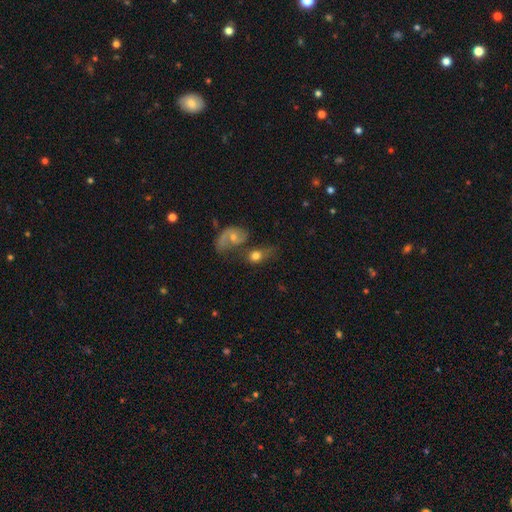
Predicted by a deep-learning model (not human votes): smooth_or_featured: smooth (p=0.60) [alt: featured or disk p=0.31]
how_rounded: in between (p=0.57) [alt: round p=0.40]
merging: merger (p=0.41) [alt: none p=0.30]